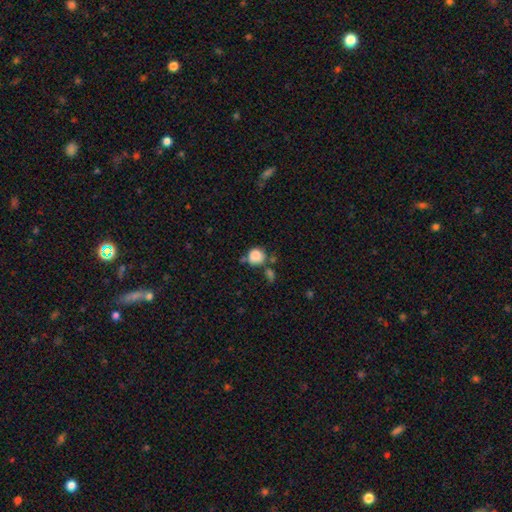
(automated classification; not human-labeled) A smooth galaxy with no disk features (84%) that is round (82%).

Vote fractions:
- Smooth or featured? smooth: 84% / star or artifact: 9% / featured or disk: 7%
- How rounded? round: 82% / in between: 17% / cigar-shaped: 1%
- Merging? none: 51% / merger: 20% / minor disturbance: 20% / major disturbance: 8%